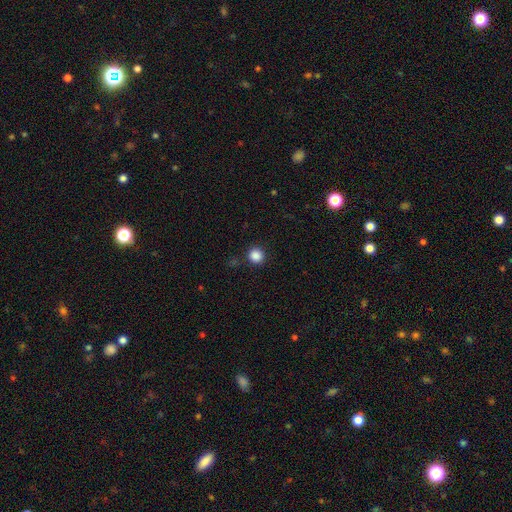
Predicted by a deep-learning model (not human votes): Smooth or featured: smooth — 86% (star or artifact — 11%)
How rounded: round — 92% (in between — 7%)
Merging: none — 88% (minor disturbance — 7%)